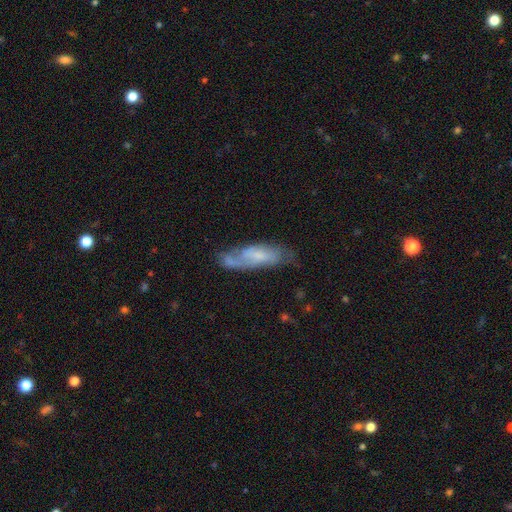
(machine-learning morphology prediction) Overall: featured or disk (57%; smooth 36%). Edge-on disk: no (80%). Merging: none (52%; minor disturbance 28%).